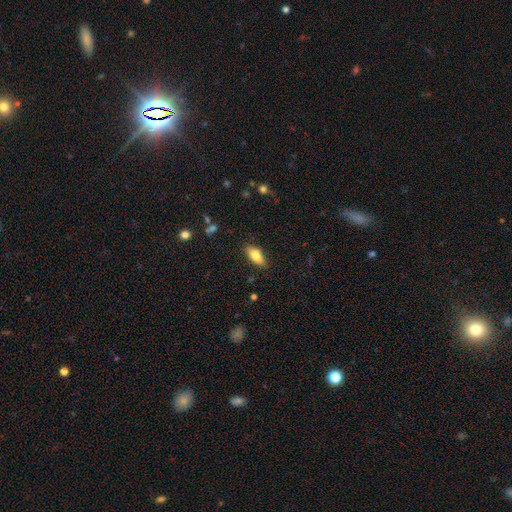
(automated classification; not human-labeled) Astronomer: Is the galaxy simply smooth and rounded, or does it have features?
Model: smooth — 79%.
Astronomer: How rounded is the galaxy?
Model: in between — 83%.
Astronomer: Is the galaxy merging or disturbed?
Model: none — 84%.